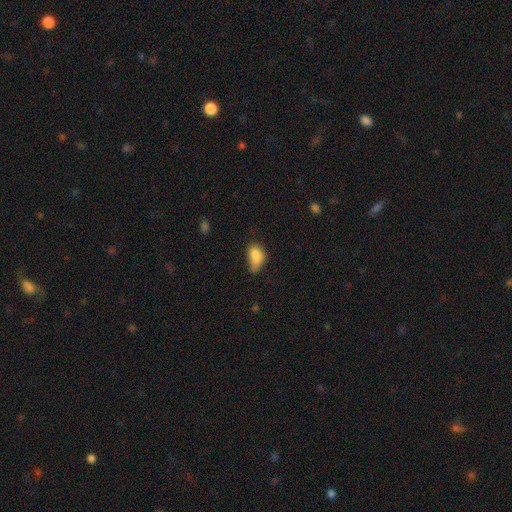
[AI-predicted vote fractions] A smooth galaxy with no disk features (81%) that is in between round and cigar-shaped (84%). Merging: minor disturbance (45%).